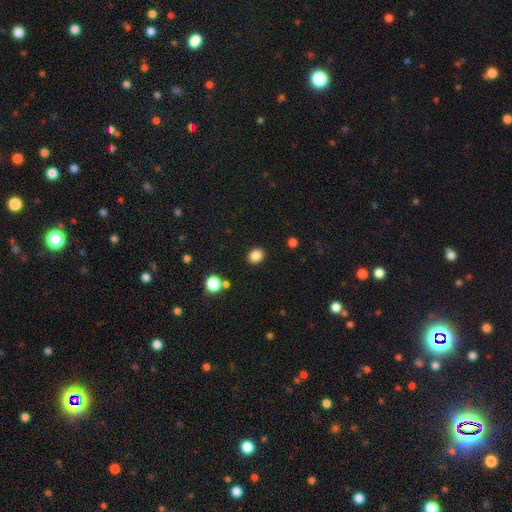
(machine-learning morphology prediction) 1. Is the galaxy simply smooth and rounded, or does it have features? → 85% smooth, 11% star or artifact, 4% featured or disk.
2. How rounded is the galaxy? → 63% round, 36% in between, 1% cigar-shaped.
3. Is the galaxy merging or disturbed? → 88% none, 8% minor disturbance, 3% major disturbance, 2% merger.